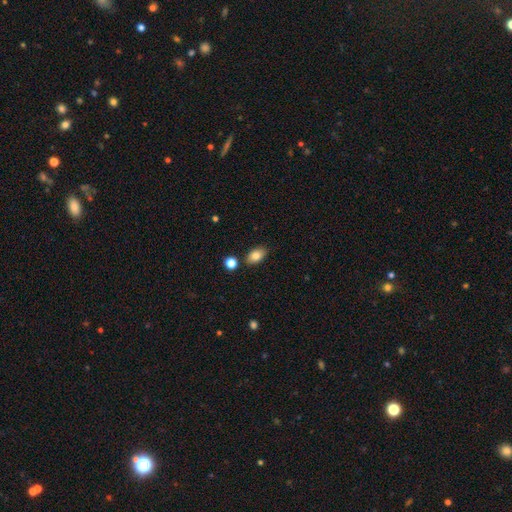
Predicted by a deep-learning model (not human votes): Q: Smooth or featured?
A: smooth (82%); runner-up: featured or disk (9%)
Q: How rounded?
A: in between (89%); runner-up: round (9%)
Q: Merging?
A: none (82%); runner-up: minor disturbance (11%)